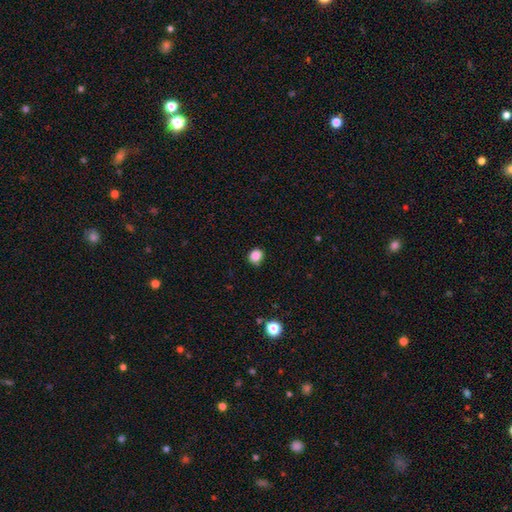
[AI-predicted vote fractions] Smooth or featured?
  - smooth: 87% *
  - star or artifact: 11%
  - featured or disk: 3%
How rounded?
  - round: 75% *
  - in between: 24%
  - cigar-shaped: 1%
Merging?
  - none: 82% *
  - minor disturbance: 14%
  - major disturbance: 3%
  - merger: 2%